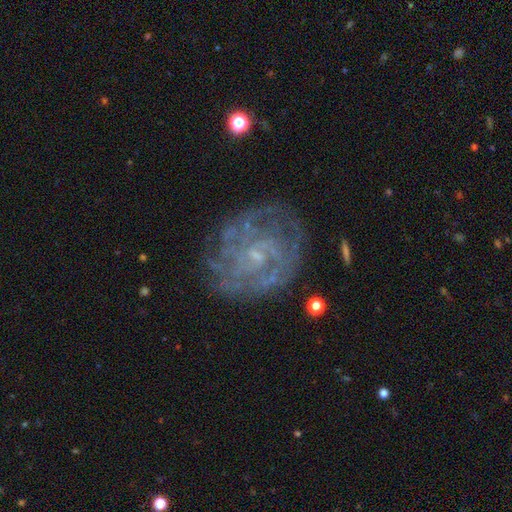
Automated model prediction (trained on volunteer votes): Smooth or featured?
  - featured or disk: 83% *
  - smooth: 9%
  - star or artifact: 8%
Edge-on disk?
  - no: 97% *
  - yes: 3%
Bar?
  - no: 64% *
  - weak: 31%
  - strong: 6%
Spiral arms?
  - yes: 90% *
  - no: 10%
Spiral winding?
  - tight: 67% *
  - medium: 26%
  - loose: 7%
Spiral arm count?
  - can't tell: 42% *
  - 4: 15%
  - 2: 15%
  - 3: 15%
  - more than 4: 8%
  - 1: 6%
Bulge size?
  - small: 76% *
  - moderate: 12%
  - none: 10%
  - large: 1%
  - dominant: 1%
Merging?
  - none: 74% *
  - minor disturbance: 16%
  - major disturbance: 8%
  - merger: 2%